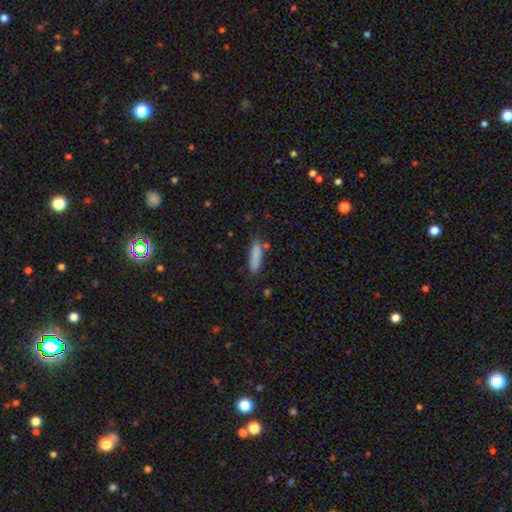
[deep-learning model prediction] Q: Smooth or featured?
A: smooth (85%); runner-up: featured or disk (8%)
Q: How rounded?
A: cigar-shaped (68%); runner-up: in between (30%)
Q: Merging?
A: none (78%); runner-up: minor disturbance (15%)